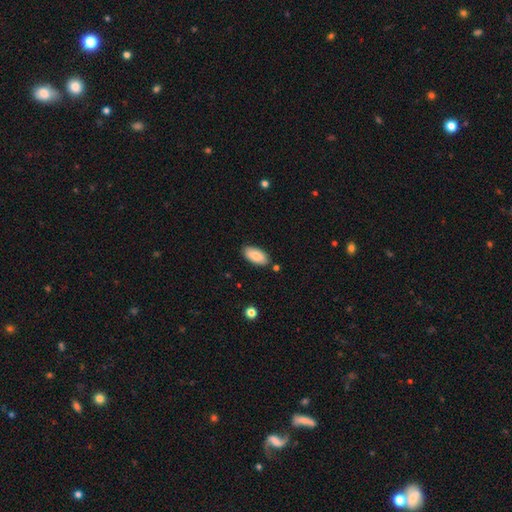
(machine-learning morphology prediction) smooth 87%, featured or disk 7%, star or artifact 6%. Down the decision tree: how rounded — in between (92%); merging — none (84%).